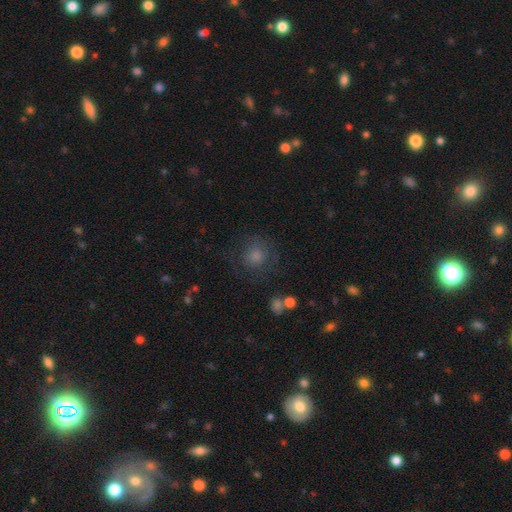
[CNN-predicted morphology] A smooth galaxy with no disk features (56%) that is round (90%). Merging: none (74%).